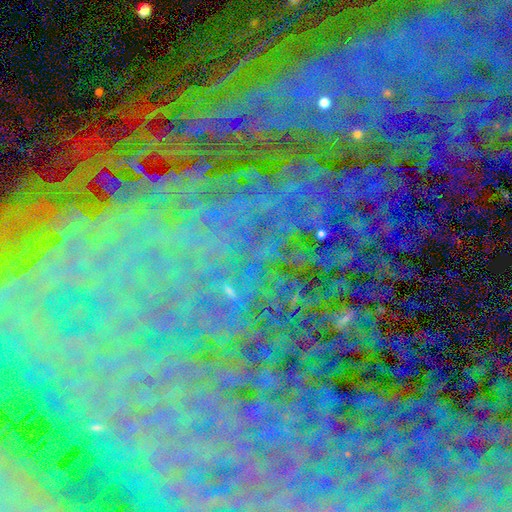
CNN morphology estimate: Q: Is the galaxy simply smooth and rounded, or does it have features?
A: star or artifact — 84%.